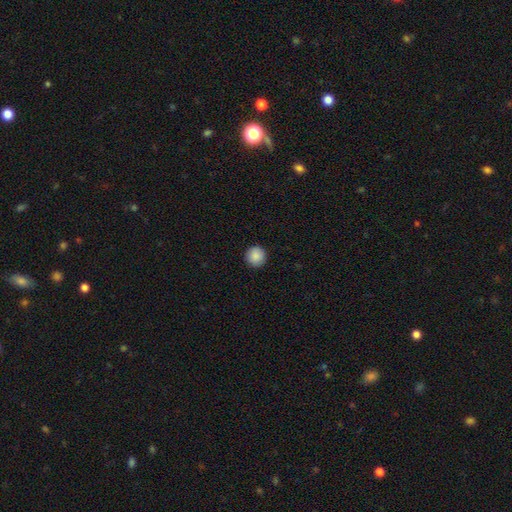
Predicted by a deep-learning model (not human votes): A smooth galaxy with no disk features (89%) that is round (94%). Merging: none (93%).